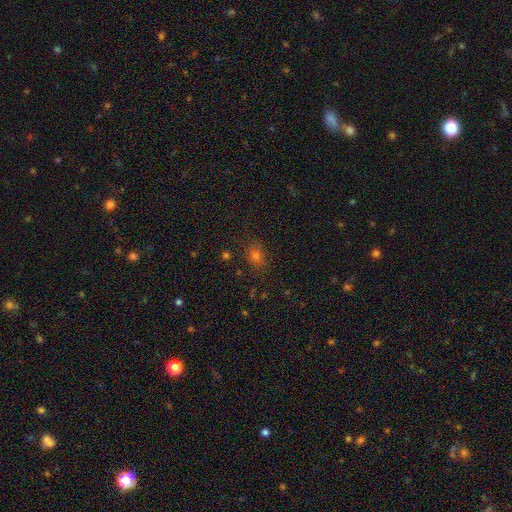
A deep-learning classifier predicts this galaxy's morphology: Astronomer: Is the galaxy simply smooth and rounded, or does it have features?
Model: smooth — 67%.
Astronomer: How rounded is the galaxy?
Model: round — 51% (runner-up: in between, 47%).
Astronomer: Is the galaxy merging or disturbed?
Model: none — 84%.